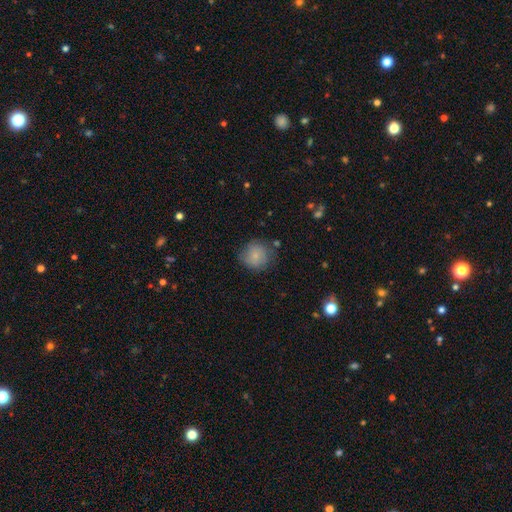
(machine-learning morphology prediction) This appears to be a smooth galaxy with no disk features (79%) that is round (89%). Merging: none (73%).